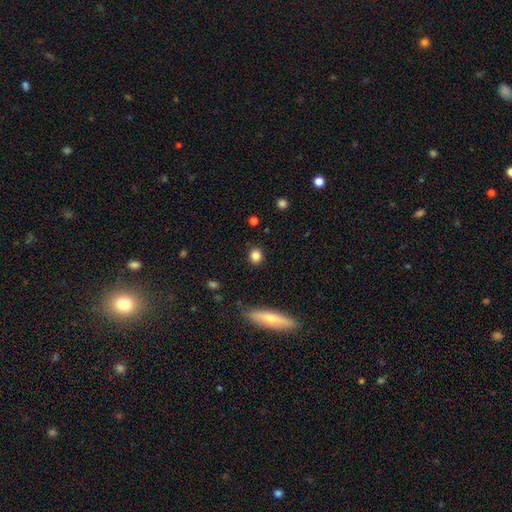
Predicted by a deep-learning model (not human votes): Q: Smooth or featured?
A: smooth (84%); runner-up: star or artifact (10%)
Q: How rounded?
A: round (72%); runner-up: in between (25%)
Q: Merging?
A: none (88%); runner-up: minor disturbance (8%)